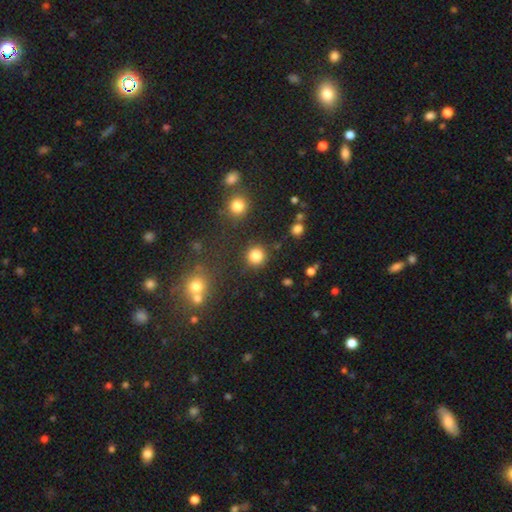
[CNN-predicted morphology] smooth 83%, star or artifact 12%, featured or disk 4%. Down the decision tree: how rounded — round (93%); merging — none (88%).